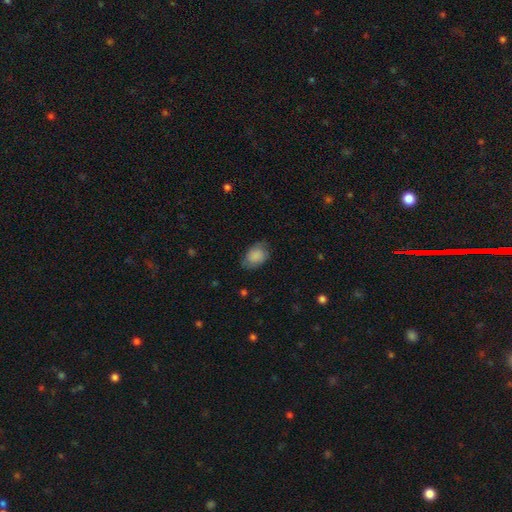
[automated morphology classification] Q: Smooth or featured?
A: smooth (78%); runner-up: featured or disk (15%)
Q: How rounded?
A: in between (79%); runner-up: round (19%)
Q: Merging?
A: none (66%); runner-up: minor disturbance (26%)